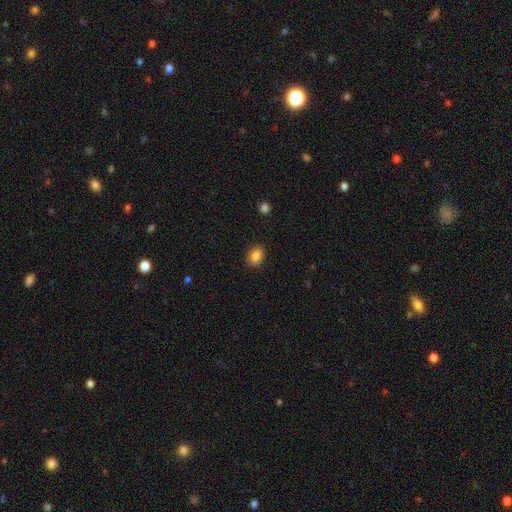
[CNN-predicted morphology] smooth_or_featured: smooth (p=0.87) [alt: star or artifact p=0.09]
how_rounded: in between (p=0.75) [alt: round p=0.24]
merging: none (p=0.87) [alt: minor disturbance p=0.09]